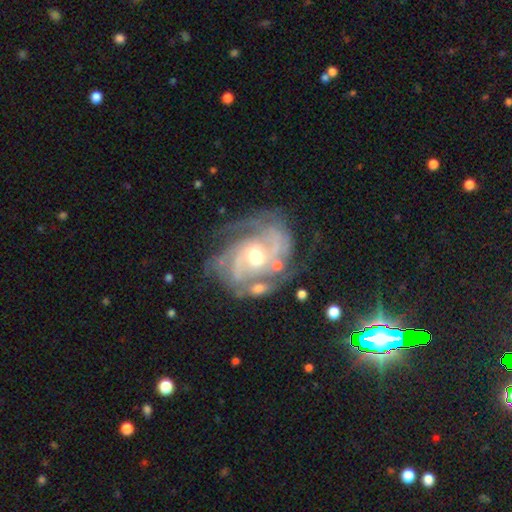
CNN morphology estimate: This is clearly a featured or disk galaxy (90%). It is clearly not viewed edge-on (97%). Bar: possibly no (48%). Spiral arm pattern: clearly yes (97%). Spiral arm count: possibly 2 (49%). Spiral winding: possibly tight (46%). Central bulge: likely moderate (67%). Merging: likely none (61%).